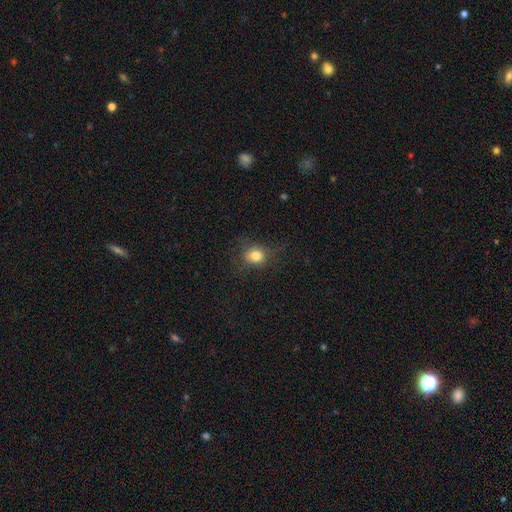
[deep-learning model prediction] Smooth or featured? smooth (78%)
How rounded? round (71%)
Merging? none (70%)